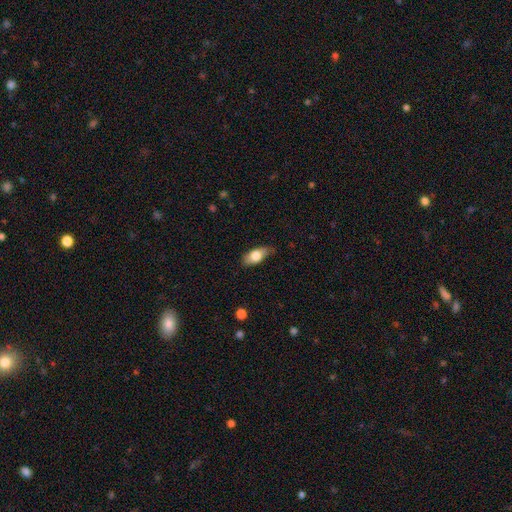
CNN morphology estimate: A smooth galaxy with no disk features (75%) that is in between round and cigar-shaped (87%).

Vote fractions:
- Smooth or featured? smooth: 75% / featured or disk: 19% / star or artifact: 6%
- How rounded? in between: 87% / cigar-shaped: 9% / round: 4%
- Merging? none: 72% / minor disturbance: 23% / major disturbance: 4% / merger: 1%